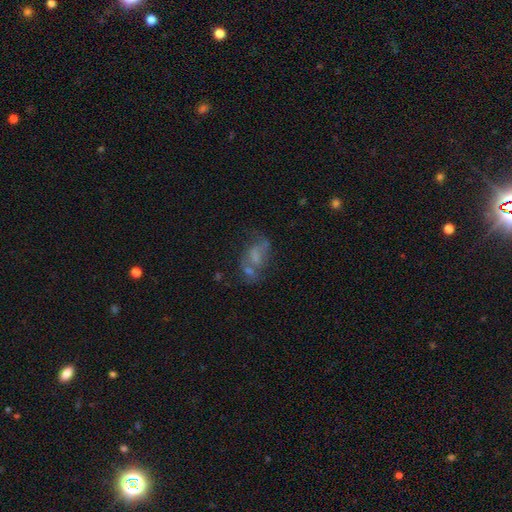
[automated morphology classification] The model was most divided on "merging": none: 33%, merger: 27%, major disturbance: 22%, minor disturbance: 18%. Remaining: smooth or featured — featured or disk (46%).